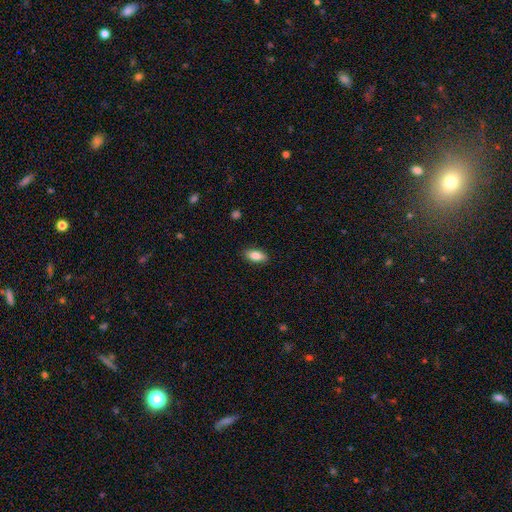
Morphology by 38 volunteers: smooth-or-featured: smooth: 89% | featured or disk: 5% | star or artifact: 5%
  how-rounded: in between: 85% | cigar-shaped: 15% | round: 0%
  merging: none: 94% | minor disturbance: 6% | major disturbance: 0% | merger: 0%